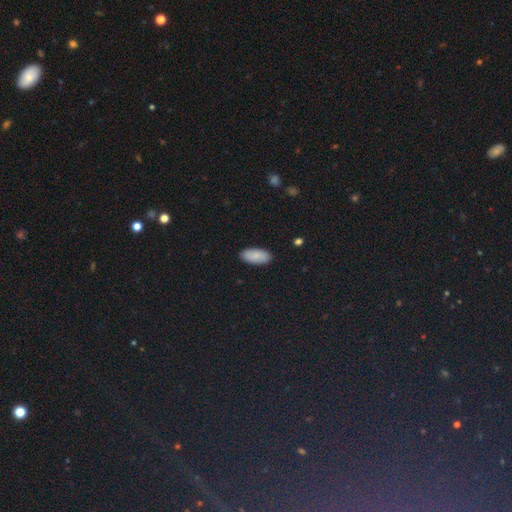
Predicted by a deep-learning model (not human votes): Overall: smooth (86%). How rounded: in between (89%). Merging: none (89%).